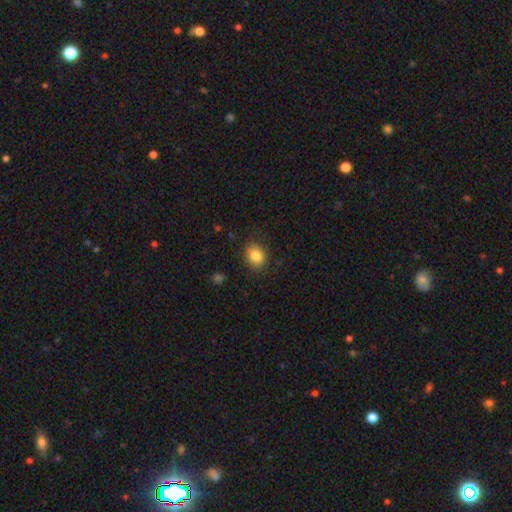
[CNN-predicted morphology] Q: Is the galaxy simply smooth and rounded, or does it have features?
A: smooth — 85%.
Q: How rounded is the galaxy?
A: round — 53%.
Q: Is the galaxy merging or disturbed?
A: none — 86%.